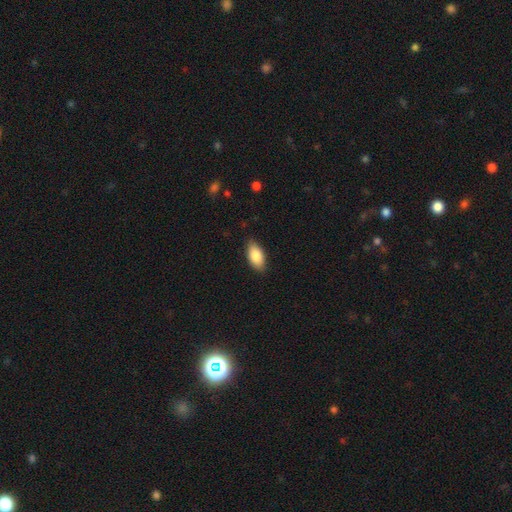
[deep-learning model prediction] Q: Smooth or featured?
A: smooth (85%); runner-up: featured or disk (8%)
Q: How rounded?
A: in between (93%); runner-up: cigar-shaped (4%)
Q: Merging?
A: none (84%); runner-up: minor disturbance (13%)